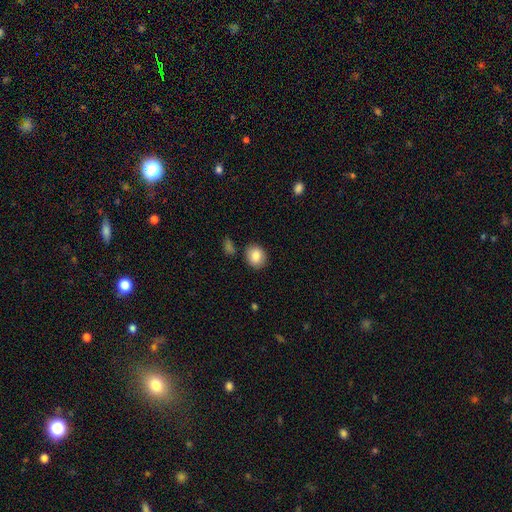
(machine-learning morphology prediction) A smooth galaxy with no disk features (85%) that is round (59%). Merging: none (83%).